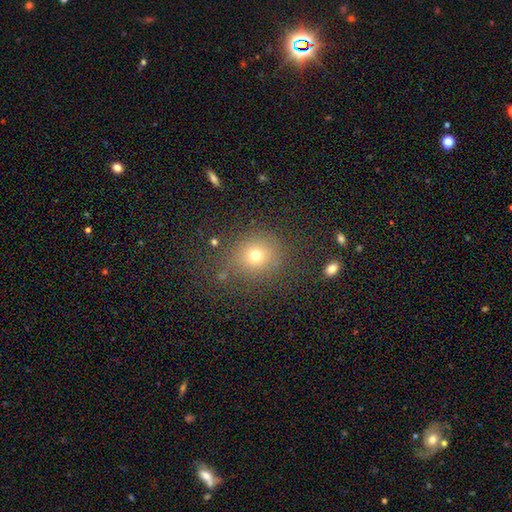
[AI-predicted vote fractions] smooth 72%, star or artifact 19%, featured or disk 9%. Down the decision tree: how rounded — round (83%); merging — none (80%).